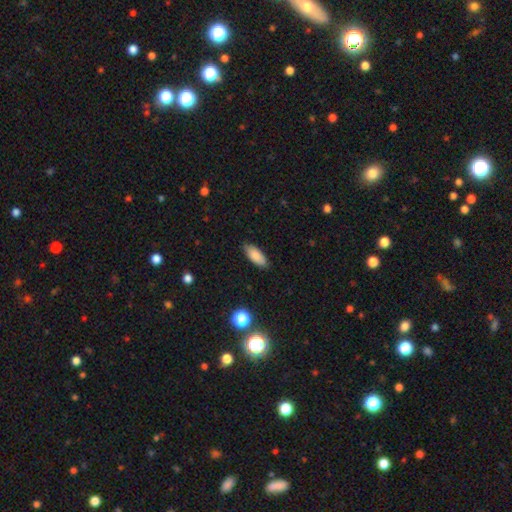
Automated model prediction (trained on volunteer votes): smooth 86%, star or artifact 7%, featured or disk 7%. Down the decision tree: how rounded — in between (81%); merging — none (86%).